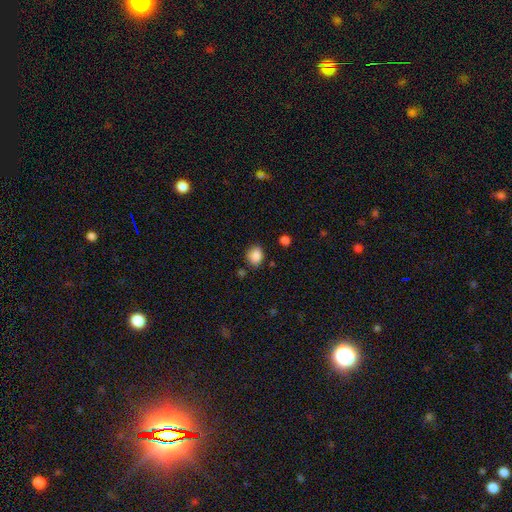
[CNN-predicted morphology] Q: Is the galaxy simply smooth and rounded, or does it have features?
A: smooth — 87%.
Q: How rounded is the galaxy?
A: round — 65%.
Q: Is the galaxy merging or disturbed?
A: none — 77%.